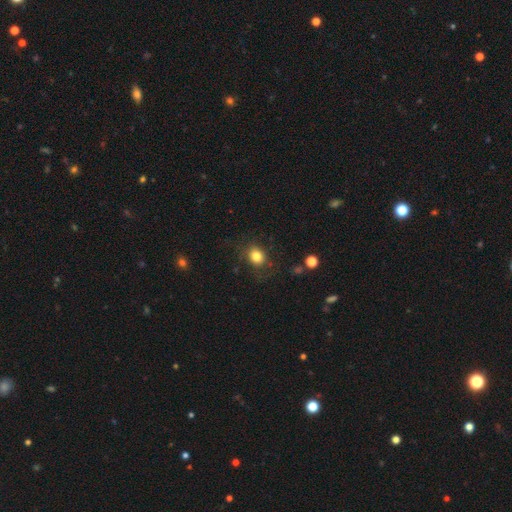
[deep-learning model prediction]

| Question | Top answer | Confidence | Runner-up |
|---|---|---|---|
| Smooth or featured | smooth | 81% | star or artifact (11%) |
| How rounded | round | 60% | in between (39%) |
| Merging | none | 77% | minor disturbance (14%) |